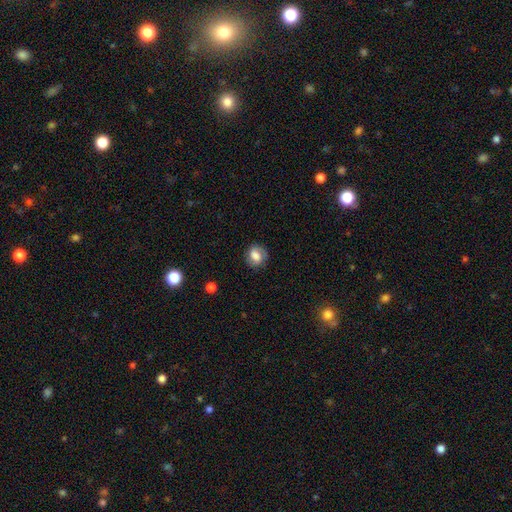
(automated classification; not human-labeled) A smooth galaxy with no disk features (64%) that is round (70%).

Vote fractions:
- Smooth or featured? smooth: 64% / featured or disk: 27% / star or artifact: 9%
- How rounded? round: 70% / in between: 29% / cigar-shaped: 1%
- Merging? none: 77% / minor disturbance: 16% / major disturbance: 6% / merger: 1%